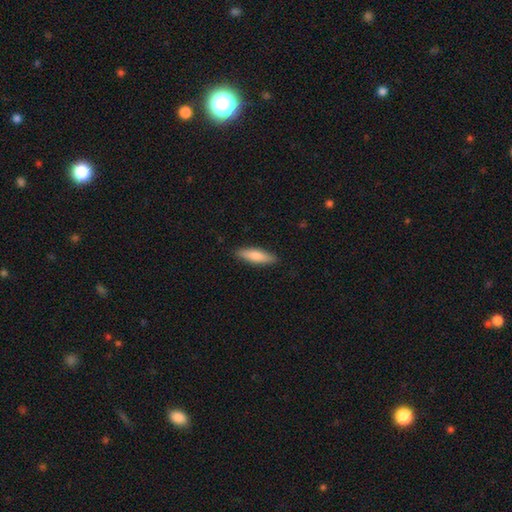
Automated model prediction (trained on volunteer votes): Smooth or featured? Predicted: smooth (p=0.77). How rounded? Predicted: cigar-shaped (p=0.66). Merging? Predicted: none (p=0.89).